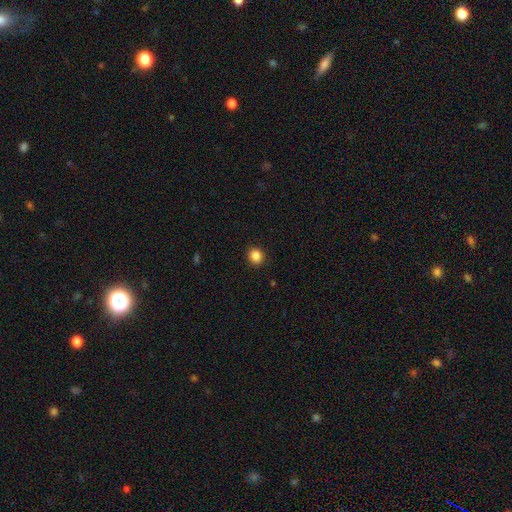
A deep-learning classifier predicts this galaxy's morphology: smooth-or-featured: smooth: 86% | star or artifact: 11% | featured or disk: 3%
  how-rounded: round: 83% | in between: 16% | cigar-shaped: 1%
  merging: none: 91% | minor disturbance: 6% | major disturbance: 2% | merger: 1%